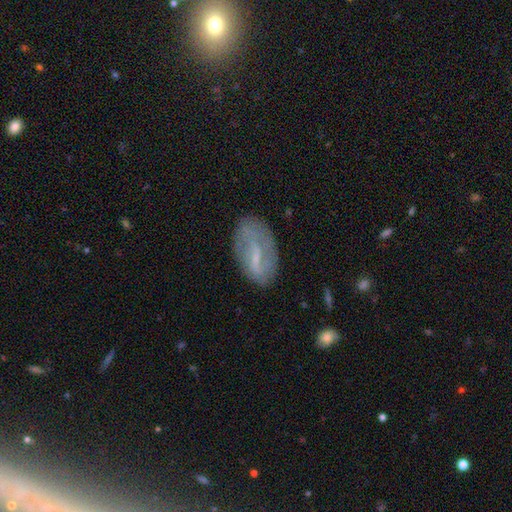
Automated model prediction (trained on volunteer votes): The model was most divided on "smooth or featured": featured or disk: 55%, smooth: 37%, star or artifact: 8%. More confident: edge-on disk — no (91%); merging — none (68%).